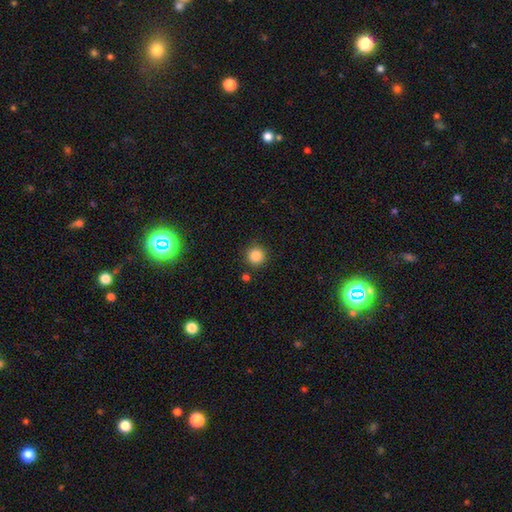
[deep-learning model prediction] A smooth galaxy with no disk features (85%) that is round (95%).

Vote fractions:
- Smooth or featured? smooth: 85% / star or artifact: 11% / featured or disk: 4%
- How rounded? round: 95% / in between: 4% / cigar-shaped: 1%
- Merging? none: 88% / minor disturbance: 7% / merger: 3% / major disturbance: 2%